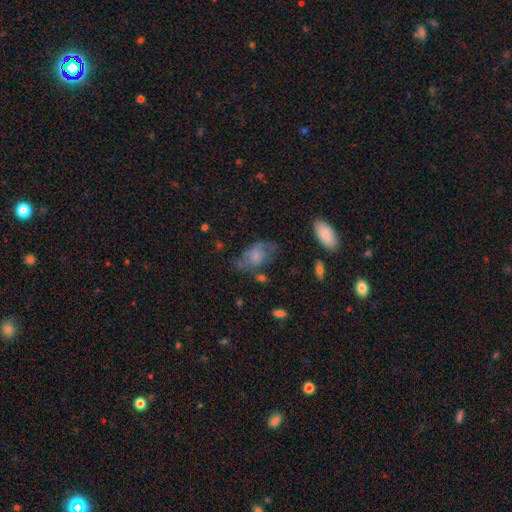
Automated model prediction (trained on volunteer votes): The model was most divided on "merging": none: 45%, minor disturbance: 29%, major disturbance: 21%, merger: 4%. More confident: how rounded — in between (88%); smooth or featured — smooth (56%).